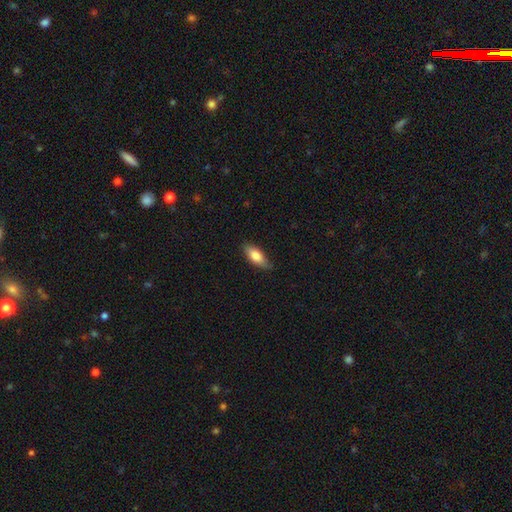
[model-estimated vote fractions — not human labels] smooth-or-featured: smooth: 78% | featured or disk: 16% | star or artifact: 6%
  how-rounded: in between: 77% | cigar-shaped: 20% | round: 2%
  merging: none: 80% | minor disturbance: 16% | major disturbance: 2% | merger: 1%